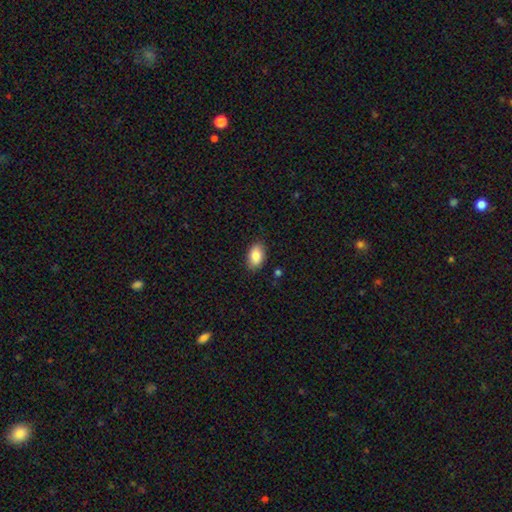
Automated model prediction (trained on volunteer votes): The model was most divided on "merging": none: 86%, minor disturbance: 10%, major disturbance: 2%, merger: 1%. More confident: how rounded — in between (90%); smooth or featured — smooth (85%).